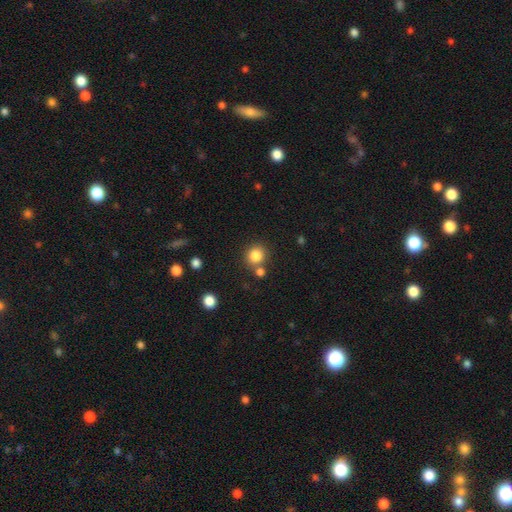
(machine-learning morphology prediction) Smooth or featured?
  - smooth: 83% *
  - star or artifact: 11%
  - featured or disk: 6%
How rounded?
  - round: 88% *
  - in between: 11%
  - cigar-shaped: 1%
Merging?
  - none: 72% *
  - merger: 17%
  - minor disturbance: 9%
  - major disturbance: 3%